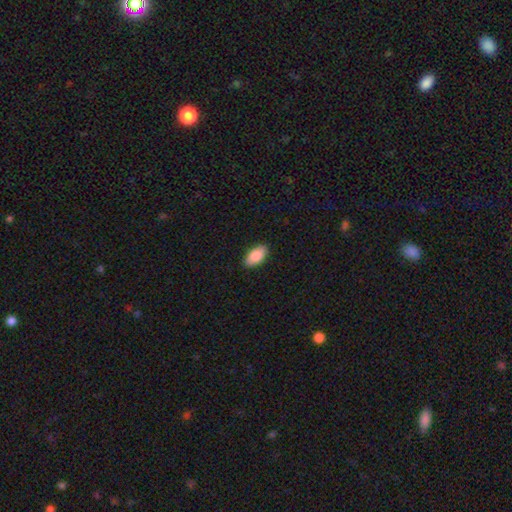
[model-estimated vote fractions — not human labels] Smooth or featured? smooth (87%)
How rounded? in between (93%)
Merging? none (89%)